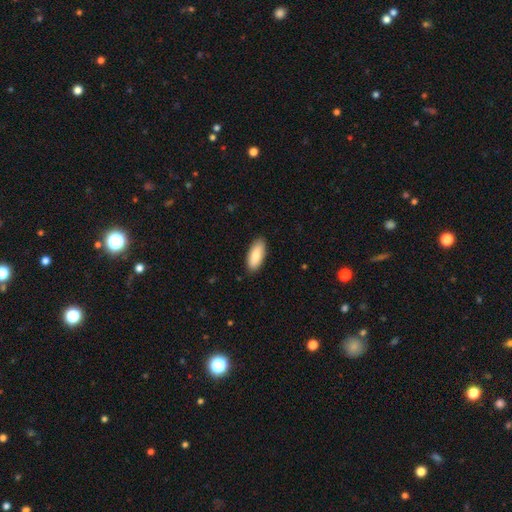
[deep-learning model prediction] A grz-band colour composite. It shows a smooth galaxy with no disk features (86%) that is in between round and cigar-shaped (83%). Merging: none (88%).